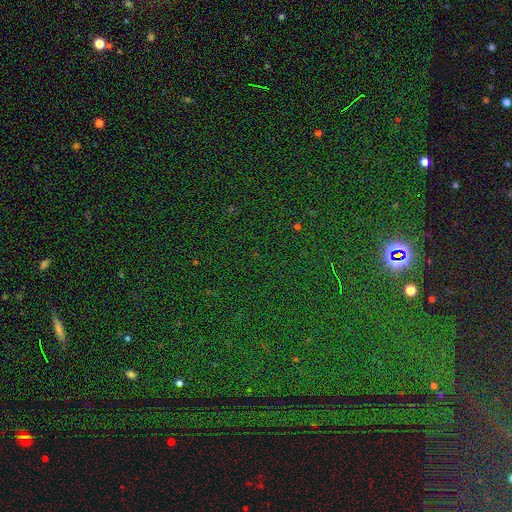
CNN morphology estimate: smooth-or-featured: star or artifact: 83% | smooth: 10% | featured or disk: 7%